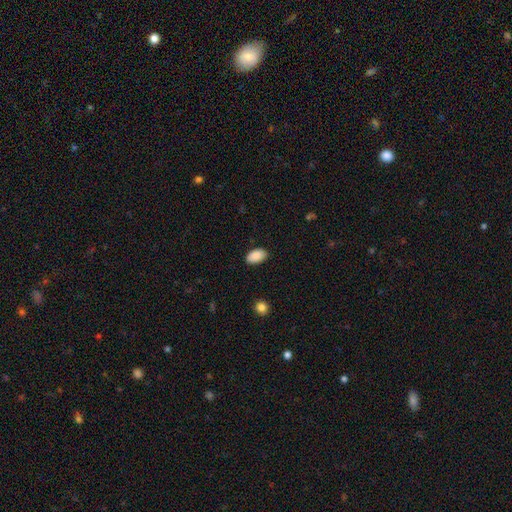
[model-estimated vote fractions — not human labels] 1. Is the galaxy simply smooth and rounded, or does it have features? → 89% smooth, 7% star or artifact, 4% featured or disk.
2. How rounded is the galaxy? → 94% in between, 5% round, 1% cigar-shaped.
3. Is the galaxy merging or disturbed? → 86% none, 10% minor disturbance, 2% major disturbance, 1% merger.